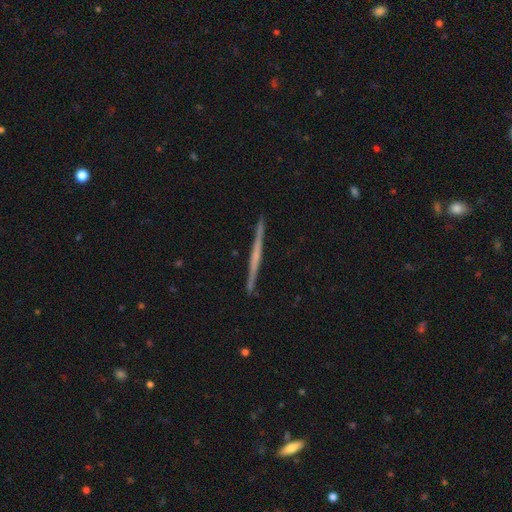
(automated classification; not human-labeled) Smooth or featured: featured or disk — 64% (smooth — 30%)
Edge-on disk: yes — 98% (no — 2%)
Edge-on bulge: none — 78% (rounded — 15%)
Merging: none — 92% (minor disturbance — 6%)